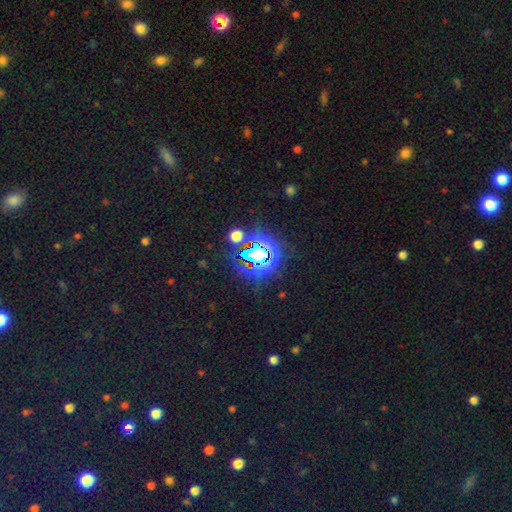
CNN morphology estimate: smooth-or-featured: star or artifact: 80% | smooth: 13% | featured or disk: 7%